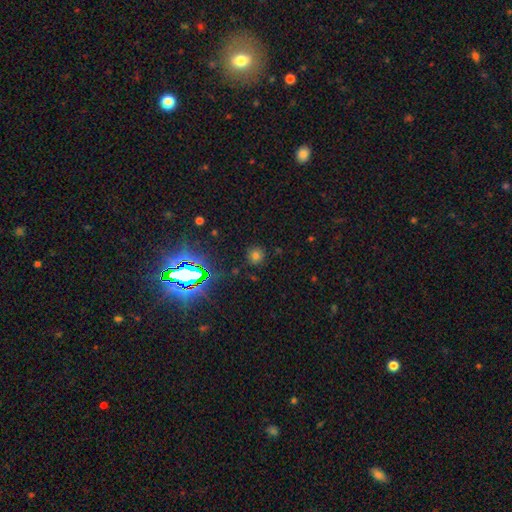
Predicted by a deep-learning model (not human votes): smooth 65%, star or artifact 28%, featured or disk 7%. Down the decision tree: how rounded — round (92%); merging — none (86%).